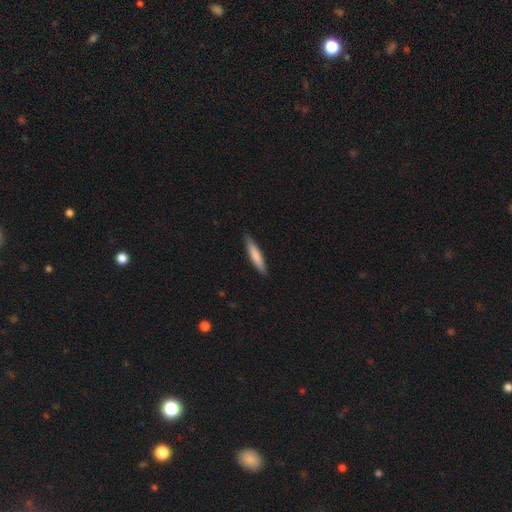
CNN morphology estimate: This is likely a smooth galaxy (77%). How rounded: clearly cigar-shaped (89%). Merging: clearly none (88%).